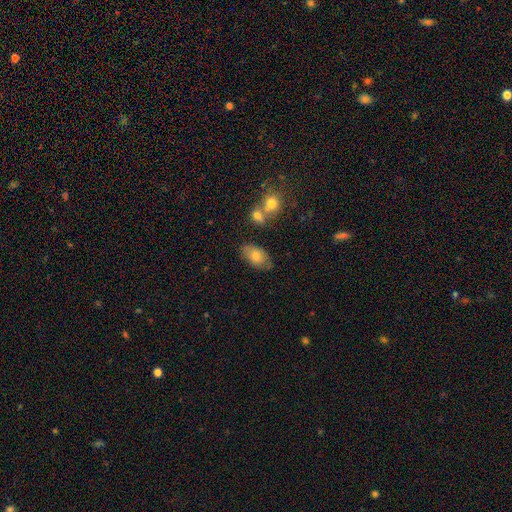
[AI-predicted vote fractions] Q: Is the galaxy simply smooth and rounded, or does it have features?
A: smooth — 73%.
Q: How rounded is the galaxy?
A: in between — 90%.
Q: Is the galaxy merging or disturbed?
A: none — 71%.